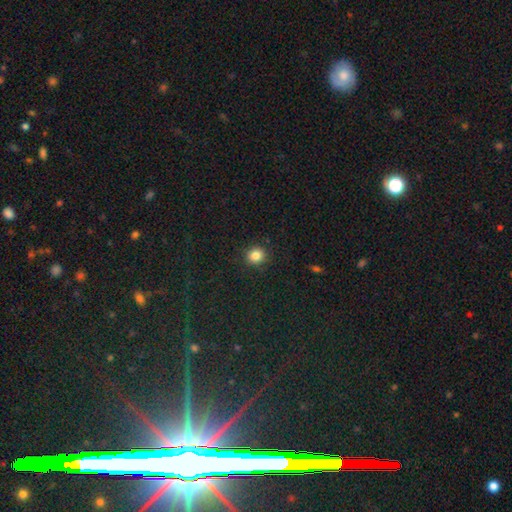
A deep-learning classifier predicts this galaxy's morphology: smooth_or_featured: smooth (p=0.84) [alt: star or artifact p=0.11]
how_rounded: round (p=0.88) [alt: in between p=0.11]
merging: none (p=0.90) [alt: minor disturbance p=0.07]